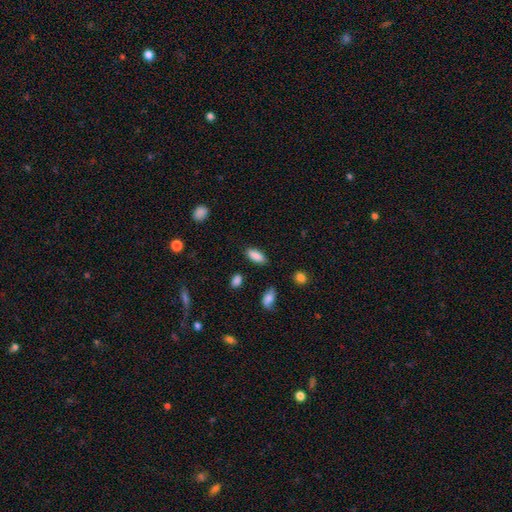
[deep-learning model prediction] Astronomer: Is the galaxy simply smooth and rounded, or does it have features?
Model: smooth — 88%.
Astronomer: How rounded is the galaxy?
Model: in between — 81%.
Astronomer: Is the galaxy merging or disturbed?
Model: none — 84%.